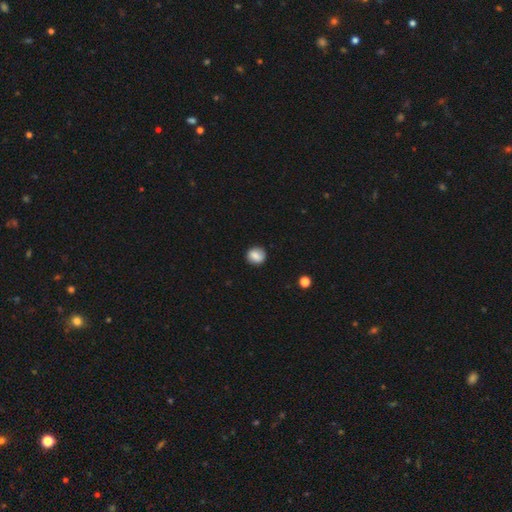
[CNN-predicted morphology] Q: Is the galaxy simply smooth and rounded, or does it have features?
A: smooth — 82%.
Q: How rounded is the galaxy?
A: round — 82%.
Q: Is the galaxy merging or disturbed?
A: none — 87%.